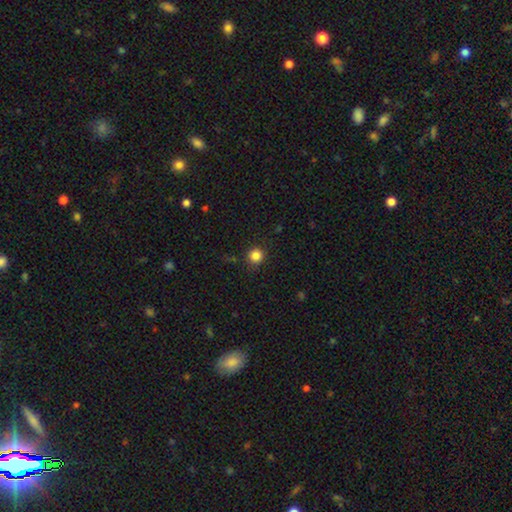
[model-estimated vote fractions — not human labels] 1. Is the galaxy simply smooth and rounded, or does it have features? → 84% smooth, 12% star or artifact, 4% featured or disk.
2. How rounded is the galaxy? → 93% round, 6% in between, 1% cigar-shaped.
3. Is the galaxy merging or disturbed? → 88% none, 8% minor disturbance, 3% major disturbance, 1% merger.